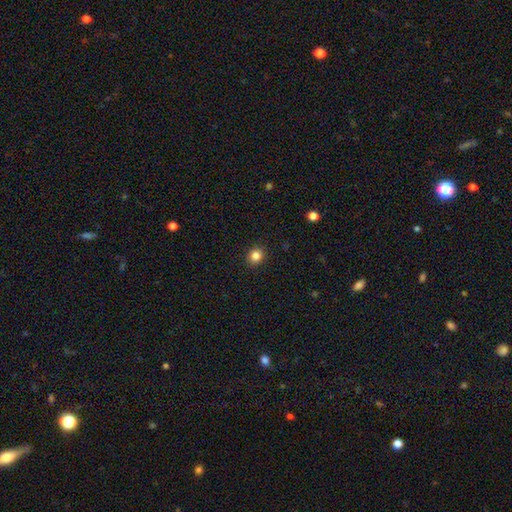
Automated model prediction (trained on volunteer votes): smooth 83%, star or artifact 12%, featured or disk 5%. Down the decision tree: how rounded — round (77%); merging — none (91%).